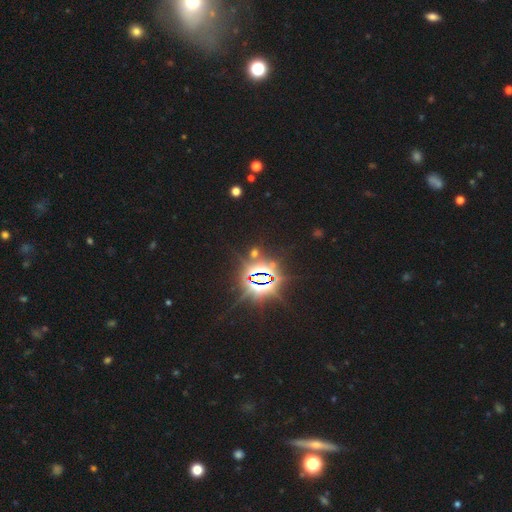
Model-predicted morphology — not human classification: A star or artifact, not a galaxy (86%).